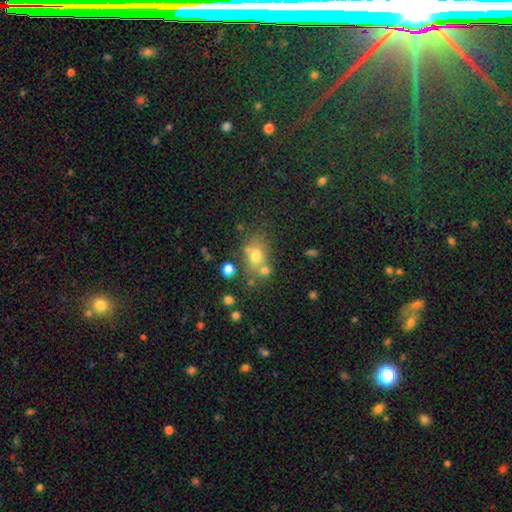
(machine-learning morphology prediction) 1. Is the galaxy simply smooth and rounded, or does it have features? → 67% smooth, 17% featured or disk, 16% star or artifact.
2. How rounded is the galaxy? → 55% in between, 43% round, 2% cigar-shaped.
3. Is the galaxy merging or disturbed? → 57% none, 21% merger, 15% minor disturbance, 7% major disturbance.